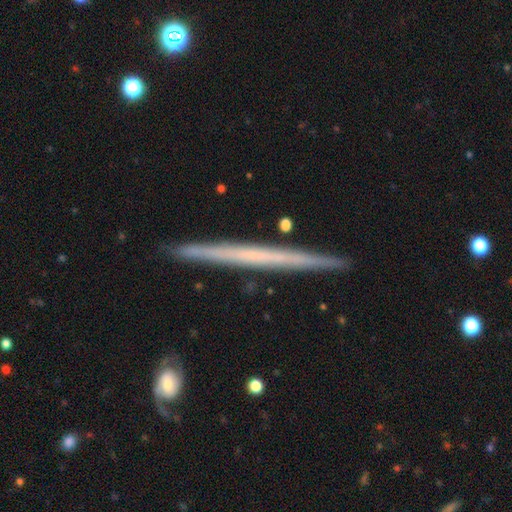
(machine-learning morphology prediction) Overall: featured or disk (59%; smooth 36%). Edge-on disk: yes (98%). Edge-on bulge: none (92%). Merging: none (91%).